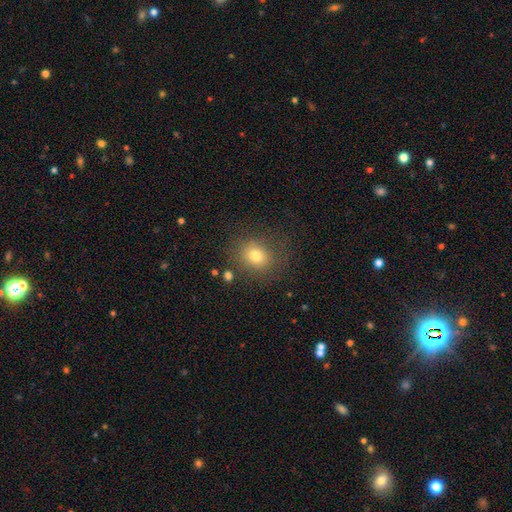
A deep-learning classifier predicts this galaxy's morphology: Overall: smooth (75%). How rounded: round (72%). Merging: none (79%).